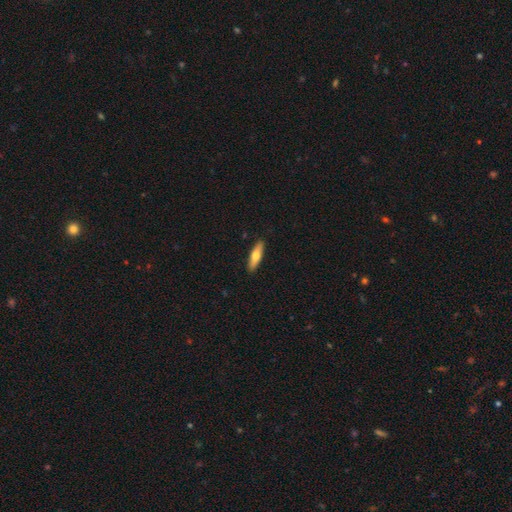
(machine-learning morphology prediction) Smooth or featured? smooth (66%)
How rounded? cigar-shaped (65%)
Merging? none (90%)